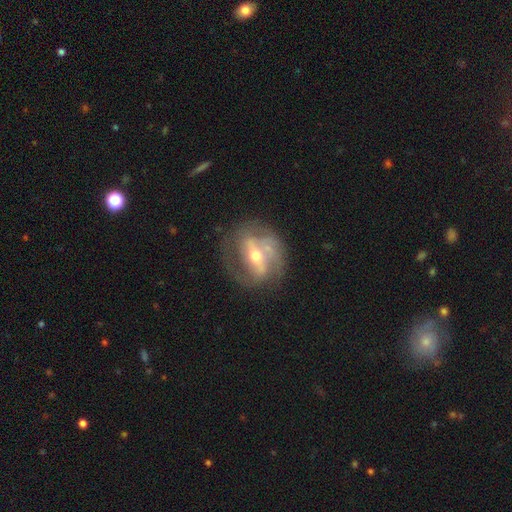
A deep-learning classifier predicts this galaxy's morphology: The model was most divided on "spiral winding": medium: 43%, tight: 34%, loose: 23%. Remaining: edge-on disk — no (94%); spiral arms — yes (81%); smooth or featured — featured or disk (79%); bulge size — moderate (63%); merging — none (62%); spiral arm count — 2 (53%); bar — strong (43%).